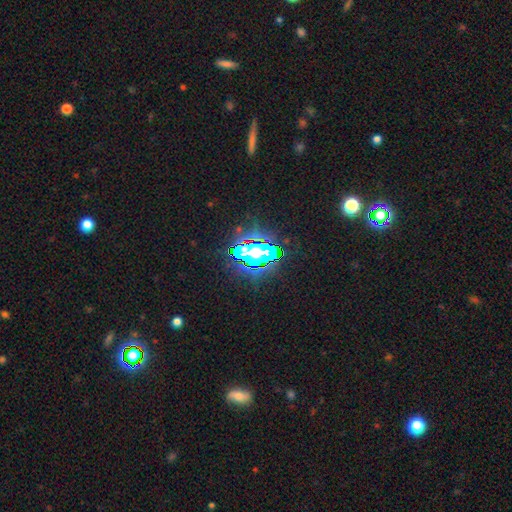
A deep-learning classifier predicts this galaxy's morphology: smooth_or_featured: star or artifact (p=0.67) [alt: smooth p=0.19]